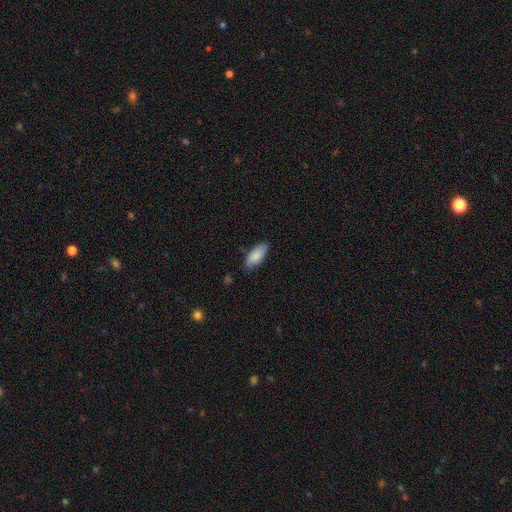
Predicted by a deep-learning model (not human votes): A smooth galaxy with no disk features (85%) that is in between round and cigar-shaped (85%). Merging: none (76%).